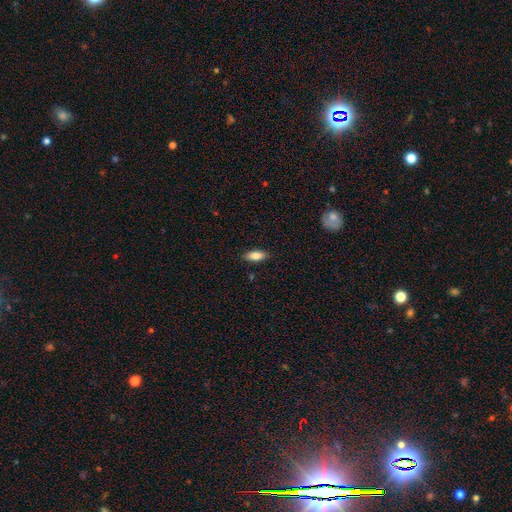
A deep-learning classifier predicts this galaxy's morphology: Q: Smooth or featured?
A: smooth (83%); runner-up: featured or disk (11%)
Q: How rounded?
A: in between (79%); runner-up: cigar-shaped (19%)
Q: Merging?
A: none (88%); runner-up: minor disturbance (9%)